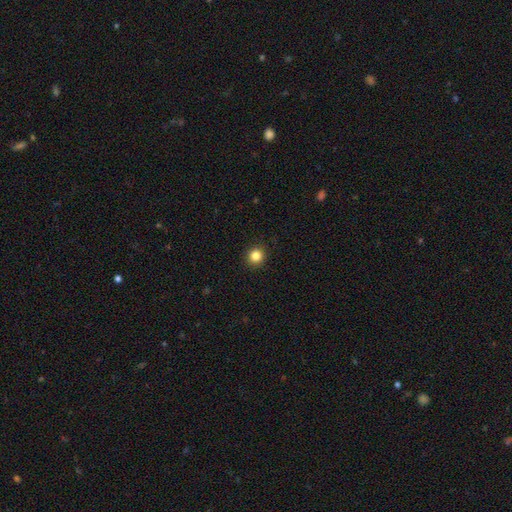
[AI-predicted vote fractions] smooth 84%, star or artifact 11%, featured or disk 4%. Down the decision tree: how rounded — round (92%); merging — none (92%).